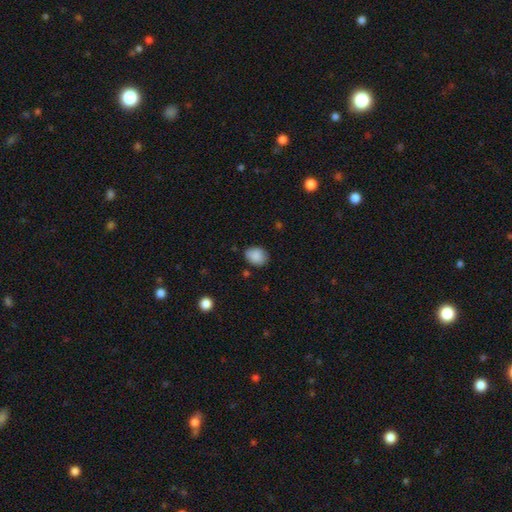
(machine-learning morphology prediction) Smooth or featured? Predicted: smooth (p=0.88). How rounded? Predicted: in between (p=0.54). Merging? Predicted: none (p=0.77).